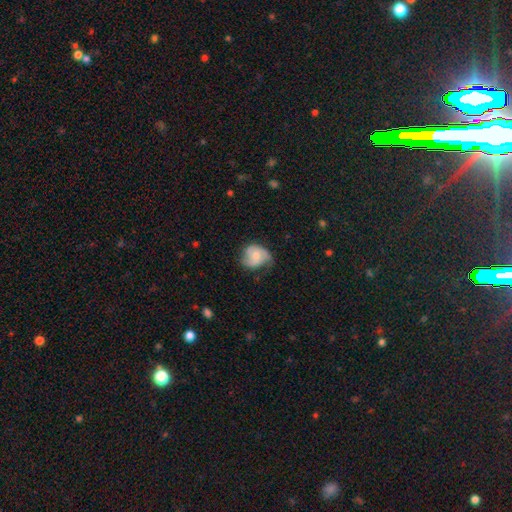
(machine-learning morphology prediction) smooth_or_featured: smooth (p=0.47) [alt: featured or disk p=0.46]
merging: none (p=0.46) [alt: minor disturbance p=0.36]